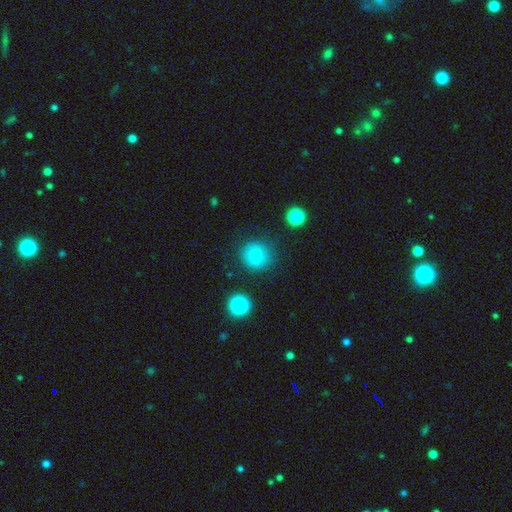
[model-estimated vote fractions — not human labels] smooth-or-featured: smooth: 80% | star or artifact: 14% | featured or disk: 7%
  how-rounded: round: 93% | in between: 6% | cigar-shaped: 1%
  merging: none: 84% | minor disturbance: 10% | major disturbance: 4% | merger: 2%